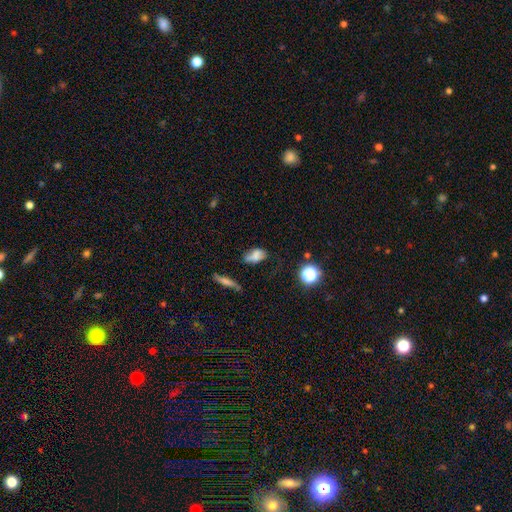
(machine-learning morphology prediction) smooth_or_featured: smooth (p=0.67) [alt: featured or disk p=0.19]
how_rounded: in between (p=0.81) [alt: round p=0.12]
merging: none (p=0.43) [alt: minor disturbance p=0.29]